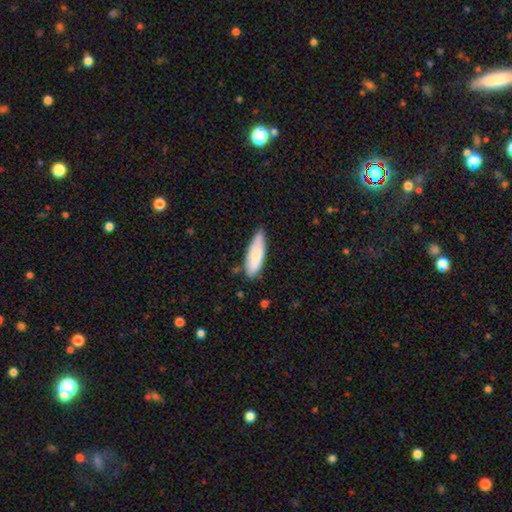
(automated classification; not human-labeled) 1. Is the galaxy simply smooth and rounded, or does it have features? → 80% smooth, 14% featured or disk, 6% star or artifact.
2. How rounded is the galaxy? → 58% in between, 41% cigar-shaped, 2% round.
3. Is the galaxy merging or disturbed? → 69% none, 25% minor disturbance, 4% major disturbance, 2% merger.